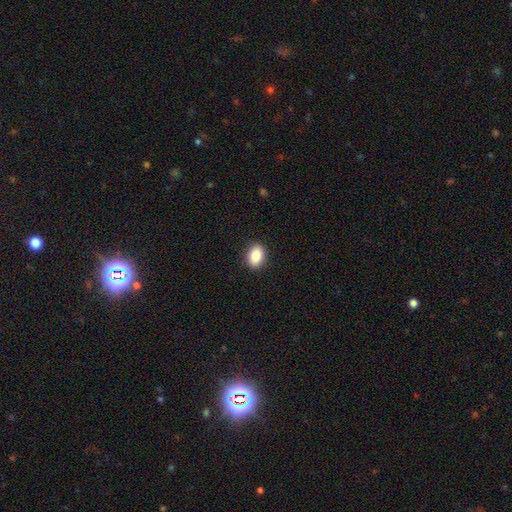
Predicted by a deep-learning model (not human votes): smooth 86%, star or artifact 8%, featured or disk 6%. Down the decision tree: how rounded — in between (80%); merging — none (90%).